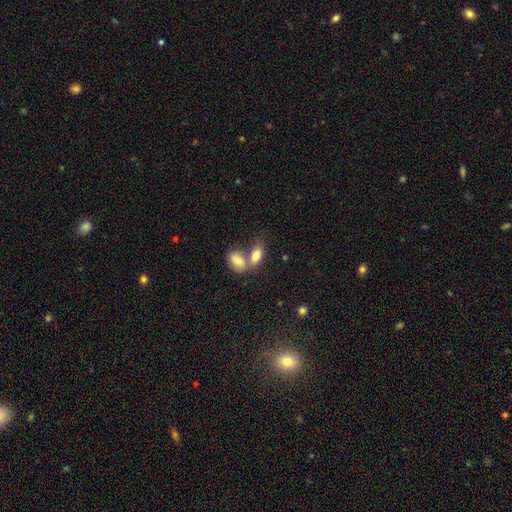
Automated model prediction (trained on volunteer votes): A smooth galaxy with no disk features (81%) that is in between round and cigar-shaped (89%). Merging: merger (59%).